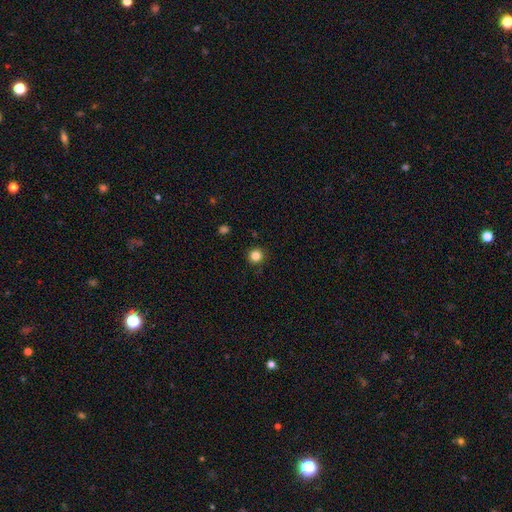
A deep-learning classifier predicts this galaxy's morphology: A smooth galaxy with no disk features (84%) that is round (95%).

Vote fractions:
- Smooth or featured? smooth: 84% / star or artifact: 12% / featured or disk: 4%
- How rounded? round: 95% / in between: 4% / cigar-shaped: 1%
- Merging? none: 91% / minor disturbance: 6% / major disturbance: 2% / merger: 1%